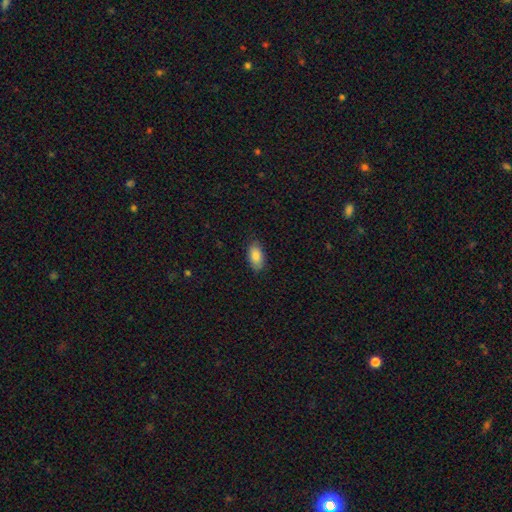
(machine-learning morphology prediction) type=smooth (85%); roundness=in between (93%); merging=none (85%).